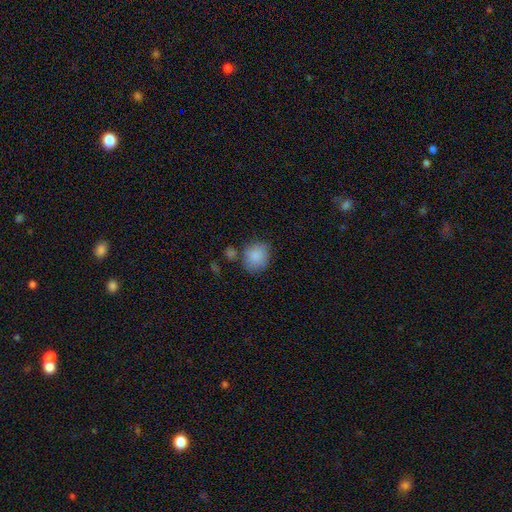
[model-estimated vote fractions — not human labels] Smooth or featured?
  - smooth: 87% *
  - star or artifact: 8%
  - featured or disk: 5%
How rounded?
  - round: 65% *
  - in between: 34%
  - cigar-shaped: 1%
Merging?
  - none: 70% *
  - minor disturbance: 17%
  - merger: 8%
  - major disturbance: 5%